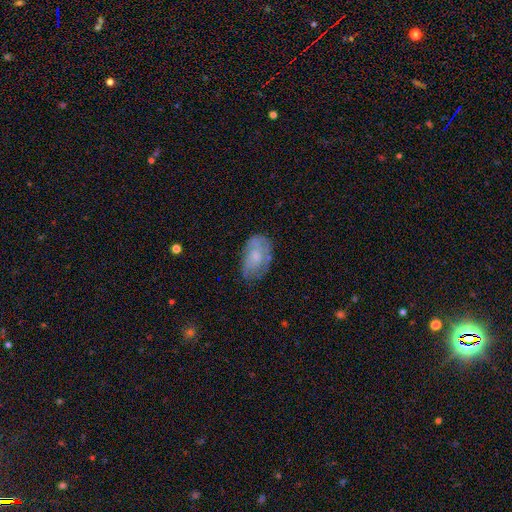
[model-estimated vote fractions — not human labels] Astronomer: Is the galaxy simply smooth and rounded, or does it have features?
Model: featured or disk — 52% (runner-up: smooth, 41%).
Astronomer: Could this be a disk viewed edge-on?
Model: no — 95%.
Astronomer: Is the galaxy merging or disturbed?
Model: none — 60%.